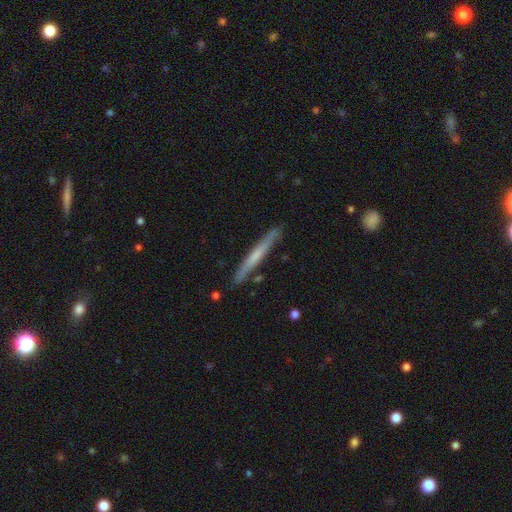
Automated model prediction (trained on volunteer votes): This appears to be a featured or disk galaxy (49%). Merging: none (87%).